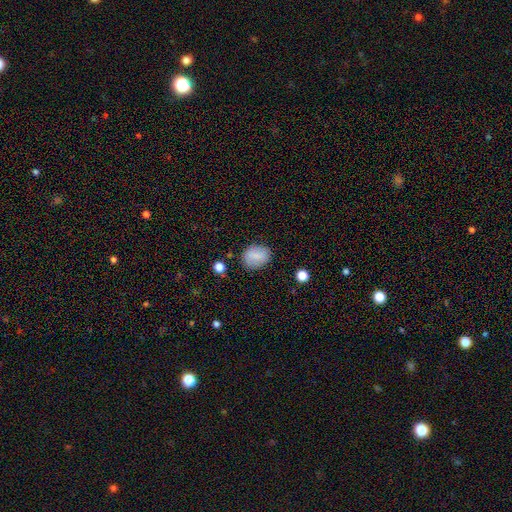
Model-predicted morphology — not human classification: Smooth or featured? Predicted: smooth (p=0.79). How rounded? Predicted: in between (p=0.51). Merging? Predicted: none (p=0.80).